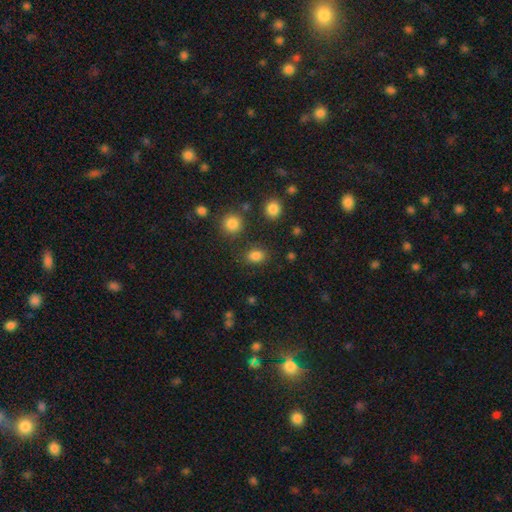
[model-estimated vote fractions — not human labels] A smooth galaxy with no disk features (83%) that is in between round and cigar-shaped (65%).

Vote fractions:
- Smooth or featured? smooth: 83% / star or artifact: 13% / featured or disk: 4%
- How rounded? in between: 65% / round: 34% / cigar-shaped: 1%
- Merging? none: 82% / minor disturbance: 10% / merger: 4% / major disturbance: 4%